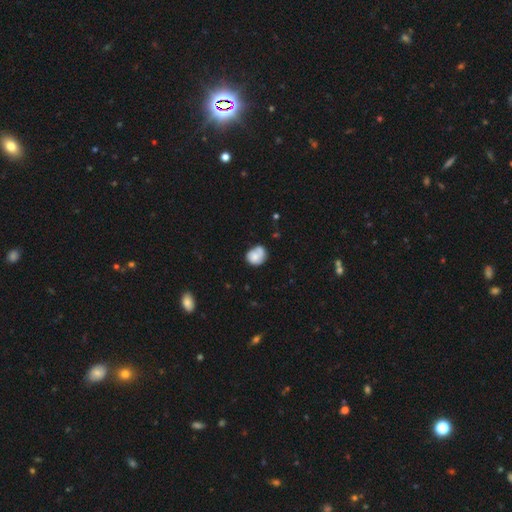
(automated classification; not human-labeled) Q: Smooth or featured?
A: smooth (63%); runner-up: featured or disk (29%)
Q: How rounded?
A: round (68%); runner-up: in between (31%)
Q: Merging?
A: none (49%); runner-up: minor disturbance (27%)